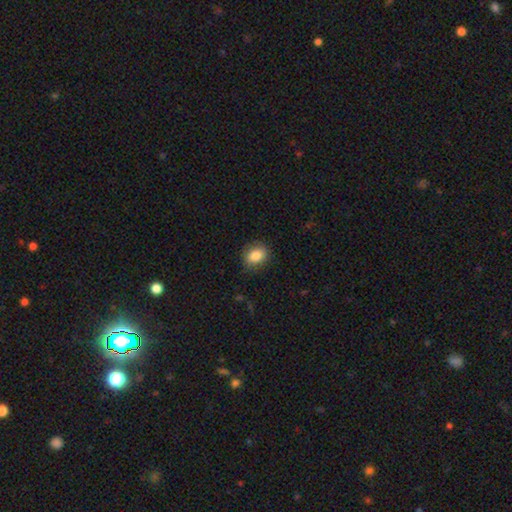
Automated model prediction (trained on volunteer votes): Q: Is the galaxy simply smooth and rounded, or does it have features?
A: smooth — 83%.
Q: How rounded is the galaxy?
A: in between — 57%.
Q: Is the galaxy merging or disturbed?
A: none — 84%.